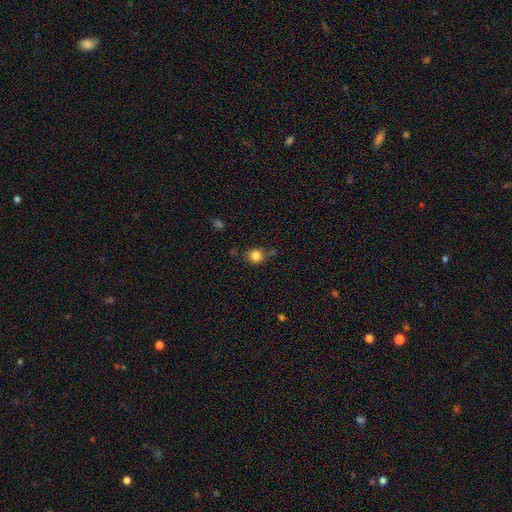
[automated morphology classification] Q: Smooth or featured?
A: smooth (84%); runner-up: star or artifact (11%)
Q: How rounded?
A: round (86%); runner-up: in between (13%)
Q: Merging?
A: none (67%); runner-up: minor disturbance (20%)